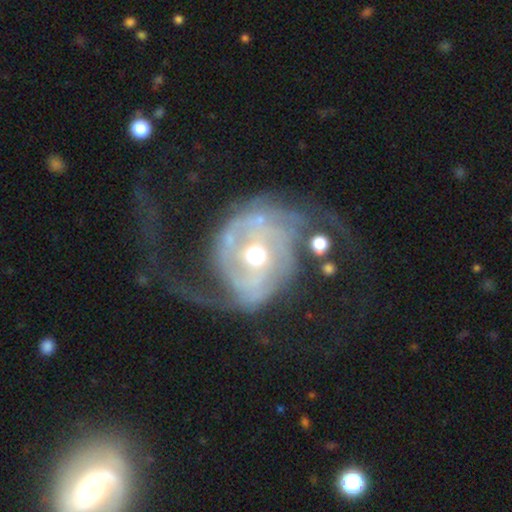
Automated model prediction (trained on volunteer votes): Smooth or featured? Predicted: featured or disk (p=0.83). Edge-on disk? Predicted: no (p=0.97). Bar? Predicted: no (p=0.57). Spiral arms? Predicted: yes (p=0.83). Spiral winding? Predicted: loose (p=0.39). Spiral arm count? Predicted: 2 (p=0.61). Bulge size? Predicted: moderate (p=0.72). Merging? Predicted: major disturbance (p=0.45).